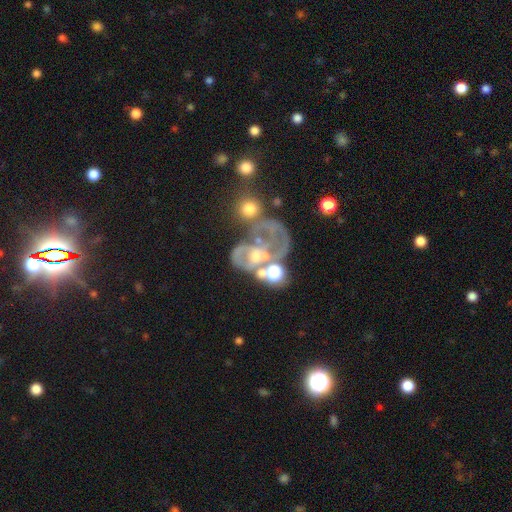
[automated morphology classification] Overall: featured or disk (62%). Edge-on disk: no (98%). Bar: no (79%). Spiral arms: no (65%; yes 35%). Bulge size: moderate (35%; none 29%). Merging: merger (35%; major disturbance 34%).